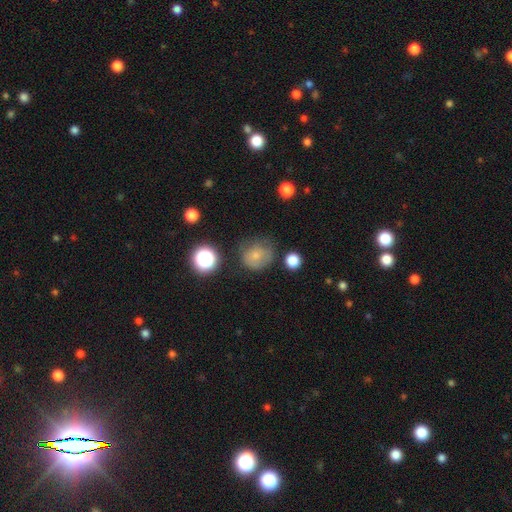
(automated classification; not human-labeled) A smooth galaxy with no disk features (70%) that is round (78%).

Vote fractions:
- Smooth or featured? smooth: 70% / featured or disk: 16% / star or artifact: 14%
- How rounded? round: 78% / in between: 21% / cigar-shaped: 1%
- Merging? none: 54% / minor disturbance: 29% / major disturbance: 13% / merger: 3%